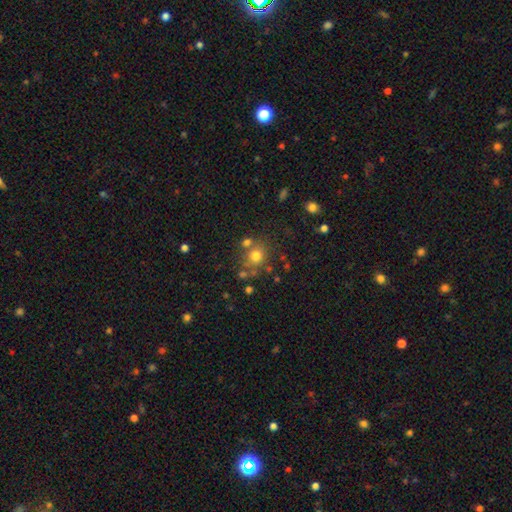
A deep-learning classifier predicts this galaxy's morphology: Overall: smooth (72%). How rounded: round (85%). Merging: none (65%).